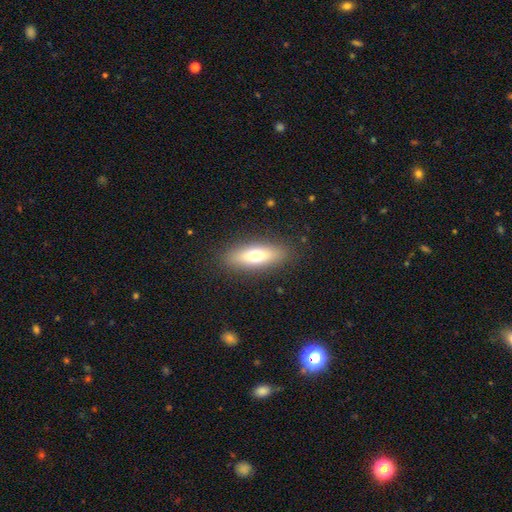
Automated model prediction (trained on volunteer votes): Q: Smooth or featured?
A: smooth (66%); runner-up: featured or disk (27%)
Q: How rounded?
A: in between (58%); runner-up: cigar-shaped (39%)
Q: Merging?
A: none (88%); runner-up: minor disturbance (9%)